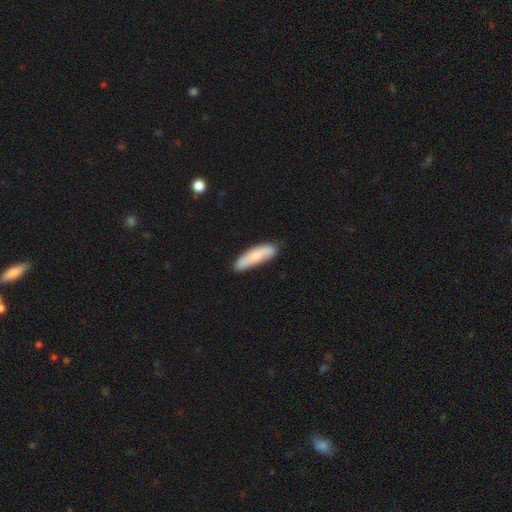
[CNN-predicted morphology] A smooth galaxy with no disk features (74%) that is cigar-shaped (64%).

Vote fractions:
- Smooth or featured? smooth: 74% / featured or disk: 20% / star or artifact: 6%
- How rounded? cigar-shaped: 64% / in between: 35% / round: 2%
- Merging? none: 75% / minor disturbance: 20% / major disturbance: 3% / merger: 2%